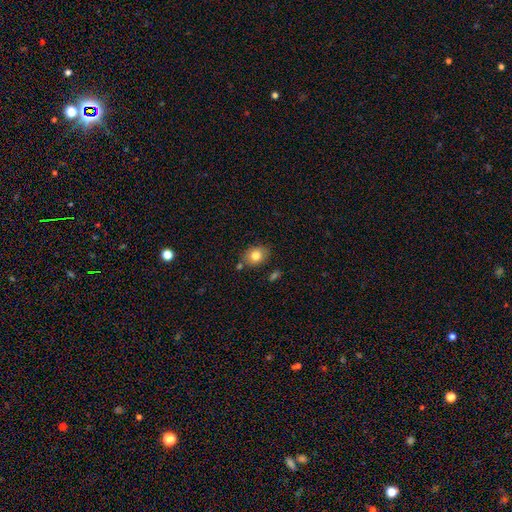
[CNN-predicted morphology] smooth-or-featured: smooth: 80% | featured or disk: 10% | star or artifact: 9%
  how-rounded: in between: 56% | round: 43% | cigar-shaped: 1%
  merging: none: 77% | minor disturbance: 13% | merger: 7% | major disturbance: 3%